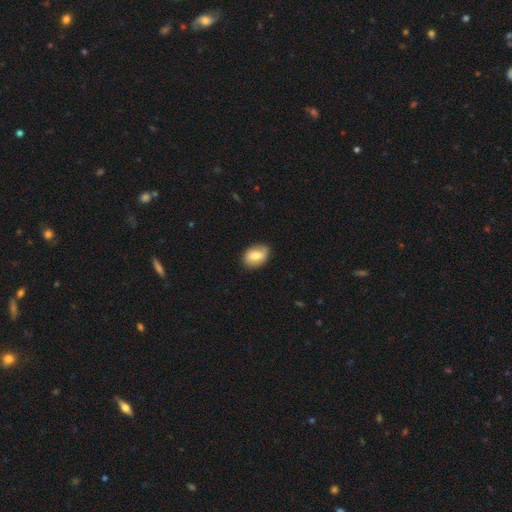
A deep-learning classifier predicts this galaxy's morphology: smooth 69%, featured or disk 24%, star or artifact 7%. Down the decision tree: how rounded — in between (81%); merging — none (84%).